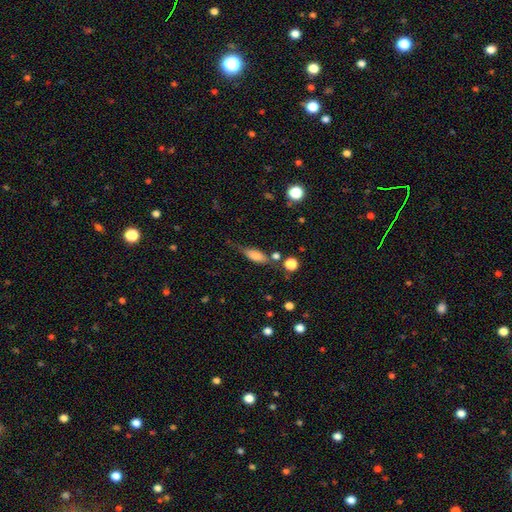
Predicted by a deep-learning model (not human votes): Overall: smooth (70%). How rounded: in between (69%). Merging: none (52%; minor disturbance 26%).